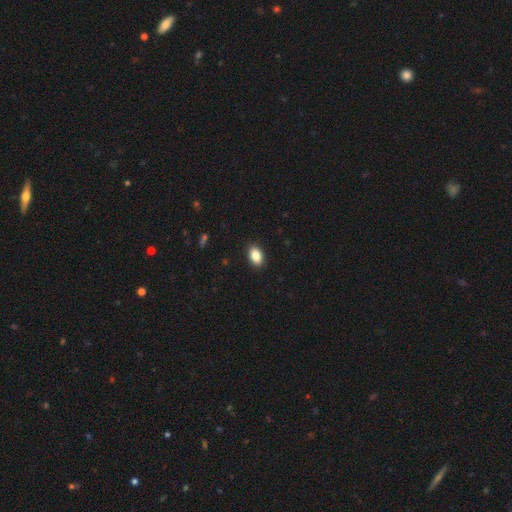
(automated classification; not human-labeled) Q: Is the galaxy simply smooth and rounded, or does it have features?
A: smooth — 87%.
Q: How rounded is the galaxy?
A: in between — 89%.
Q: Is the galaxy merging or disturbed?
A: none — 90%.